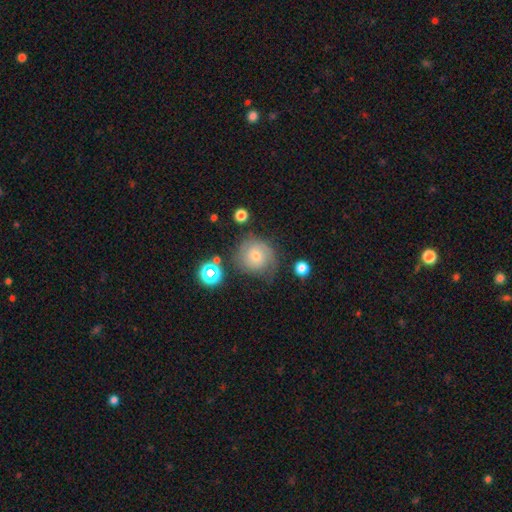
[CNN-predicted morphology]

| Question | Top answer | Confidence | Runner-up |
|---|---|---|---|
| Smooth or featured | featured or disk | 55% | smooth (35%) |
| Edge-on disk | no | 97% | yes (3%) |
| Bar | no | 72% | weak (24%) |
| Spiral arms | yes | 88% | no (12%) |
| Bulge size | small | 55% | moderate (38%) |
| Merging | none | 60% | minor disturbance (23%) |